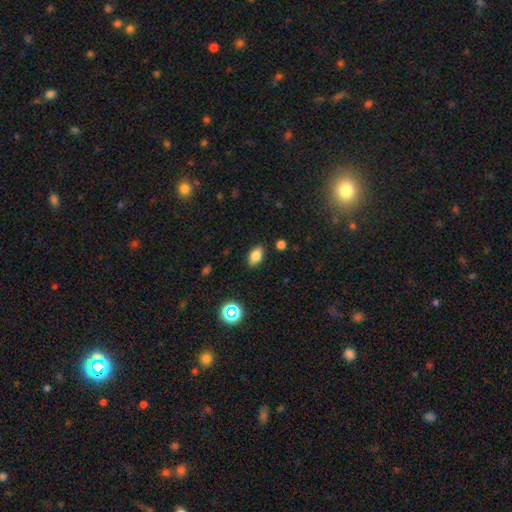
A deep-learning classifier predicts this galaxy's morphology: This appears to be a smooth galaxy with no disk features (78%) that is in between round and cigar-shaped (87%). Merging: none (85%).